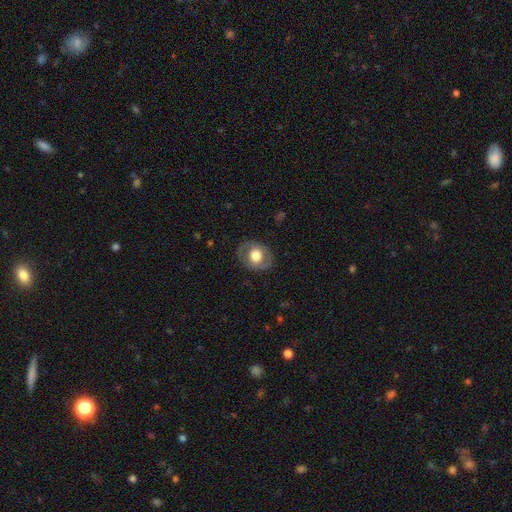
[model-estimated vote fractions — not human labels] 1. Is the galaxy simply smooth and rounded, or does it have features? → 53% smooth, 40% featured or disk, 7% star or artifact.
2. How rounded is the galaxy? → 51% round, 48% in between, 1% cigar-shaped.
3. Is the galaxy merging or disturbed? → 80% none, 13% minor disturbance, 5% major disturbance, 1% merger.